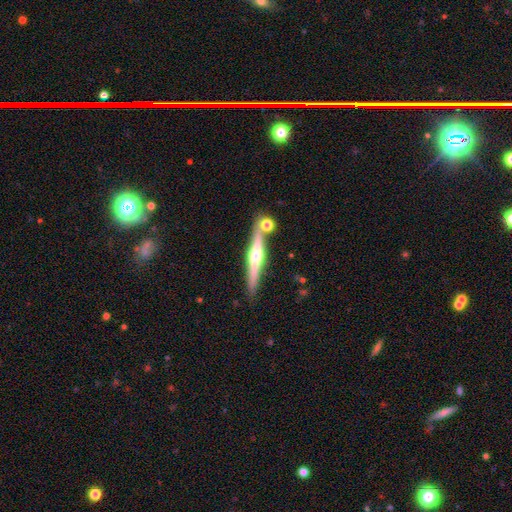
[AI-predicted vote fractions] Smooth or featured? featured or disk (78%)
Edge-on disk? yes (98%)
Edge-on bulge? rounded (94%)
Merging? none (80%)